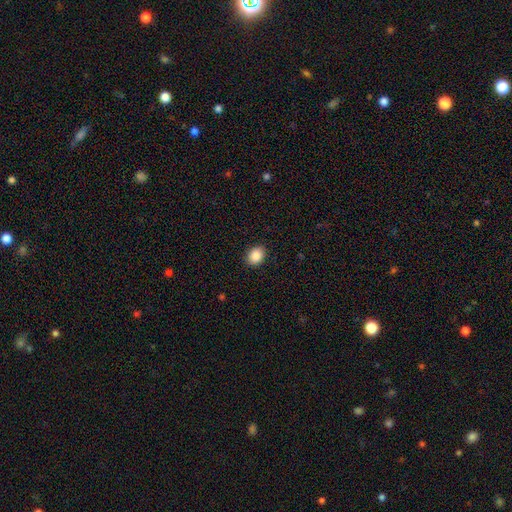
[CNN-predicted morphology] smooth 89%, star or artifact 8%, featured or disk 3%. Down the decision tree: how rounded — in between (57%); merging — none (90%).